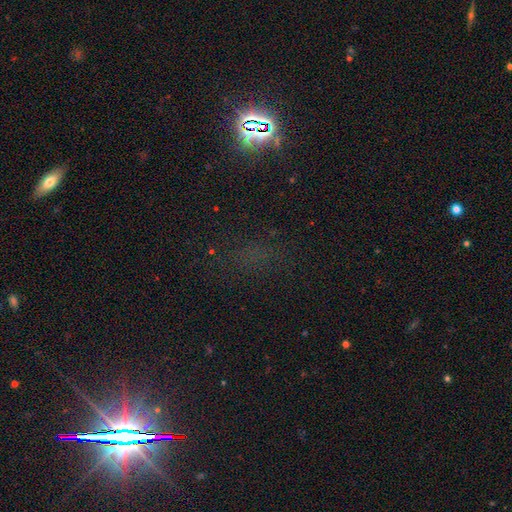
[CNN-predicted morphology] A star or artifact, not a galaxy (70%).